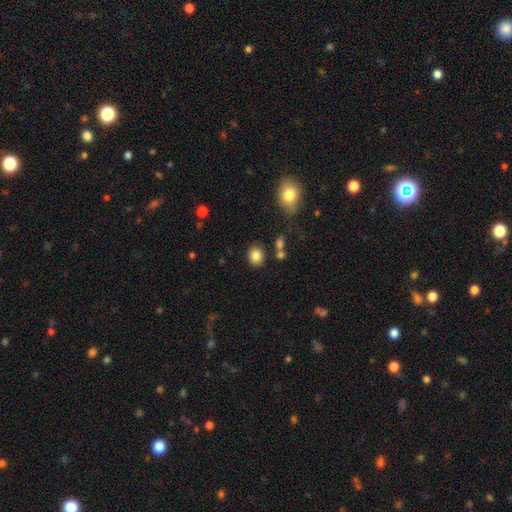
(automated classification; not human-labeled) Smooth or featured? smooth (85%)
How rounded? round (62%)
Merging? none (83%)